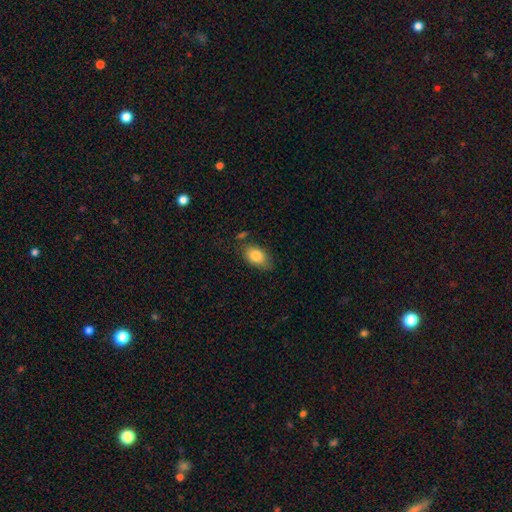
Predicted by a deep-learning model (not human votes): smooth 83%, featured or disk 10%, star or artifact 7%. Down the decision tree: how rounded — in between (88%); merging — none (74%).